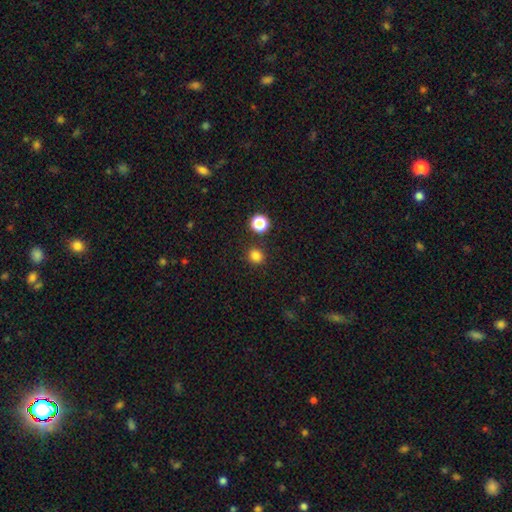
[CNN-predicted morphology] smooth_or_featured: smooth (p=0.82) [alt: star or artifact p=0.14]
how_rounded: round (p=0.88) [alt: in between p=0.11]
merging: none (p=0.88) [alt: minor disturbance p=0.06]